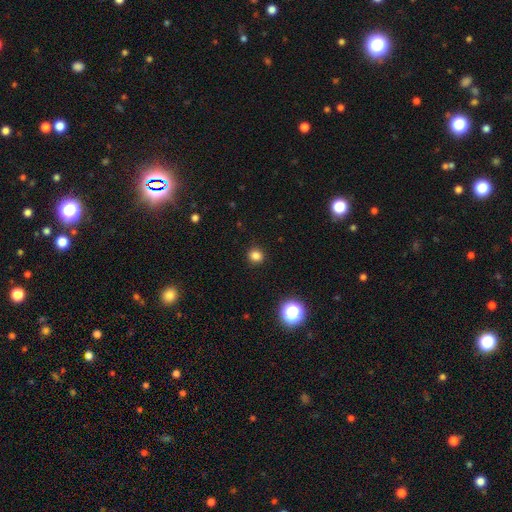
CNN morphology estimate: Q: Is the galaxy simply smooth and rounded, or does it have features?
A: smooth — 82%.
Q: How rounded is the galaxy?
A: round — 89%.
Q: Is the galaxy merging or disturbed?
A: none — 92%.